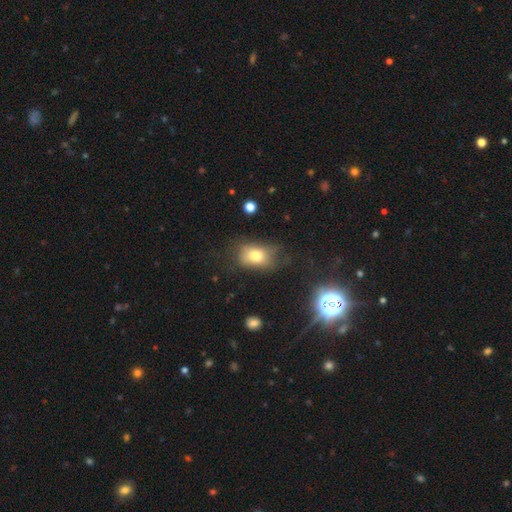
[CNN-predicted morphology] Q: Smooth or featured?
A: smooth (73%); runner-up: featured or disk (14%)
Q: How rounded?
A: in between (75%); runner-up: round (23%)
Q: Merging?
A: none (53%); runner-up: minor disturbance (26%)